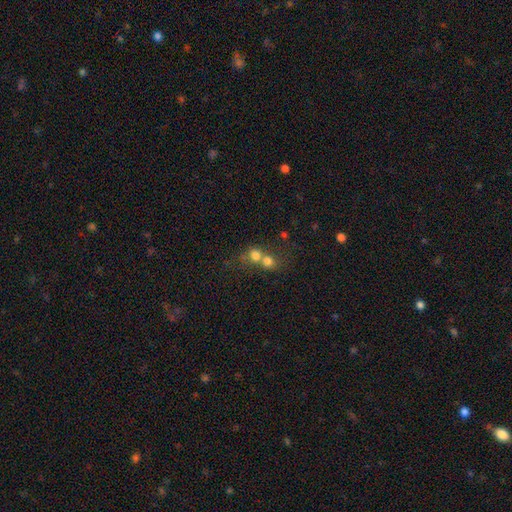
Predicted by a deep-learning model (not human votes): This appears to be a smooth galaxy with no disk features (73%) that is round (77%). Merging: merger (65%).